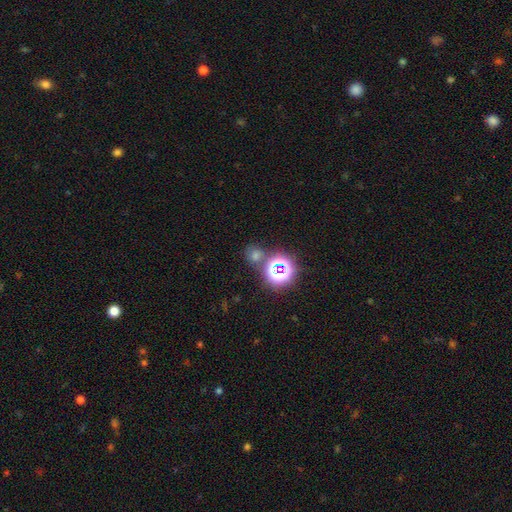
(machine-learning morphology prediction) smooth-or-featured: star or artifact: 49% | smooth: 43% | featured or disk: 8%